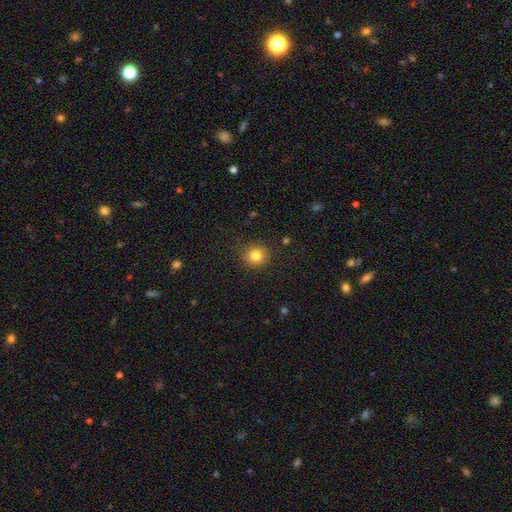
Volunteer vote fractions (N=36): A smooth galaxy with no disk features (94%) that is round (94%).

Vote fractions:
- Smooth or featured? smooth: 94% / featured or disk: 3% / star or artifact: 3%
- How rounded? round: 94% / in between: 6% / cigar-shaped: 0%
- Merging? none: 91% / major disturbance: 6% / minor disturbance: 3% / merger: 0%